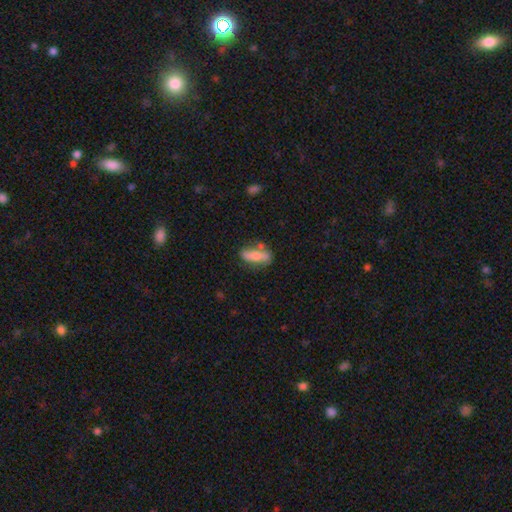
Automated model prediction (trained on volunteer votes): smooth_or_featured: smooth (p=0.63) [alt: featured or disk p=0.30]
how_rounded: in between (p=0.53) [alt: cigar-shaped p=0.43]
merging: none (p=0.64) [alt: minor disturbance p=0.21]